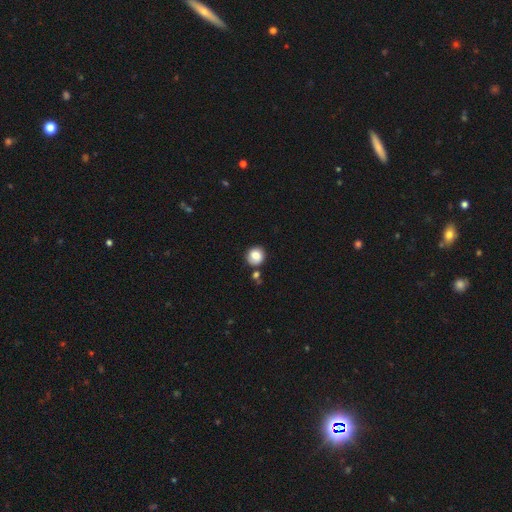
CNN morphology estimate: Smooth or featured?
  - smooth: 84% *
  - star or artifact: 9%
  - featured or disk: 7%
How rounded?
  - round: 89% *
  - in between: 10%
  - cigar-shaped: 1%
Merging?
  - none: 74% *
  - minor disturbance: 13%
  - merger: 9%
  - major disturbance: 4%